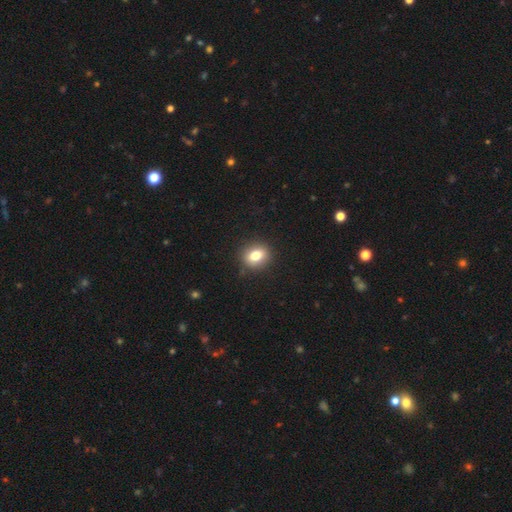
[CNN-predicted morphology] Smooth or featured?
  - smooth: 78% *
  - featured or disk: 11%
  - star or artifact: 11%
How rounded?
  - round: 62% *
  - in between: 37%
  - cigar-shaped: 1%
Merging?
  - none: 89% *
  - minor disturbance: 8%
  - major disturbance: 2%
  - merger: 1%